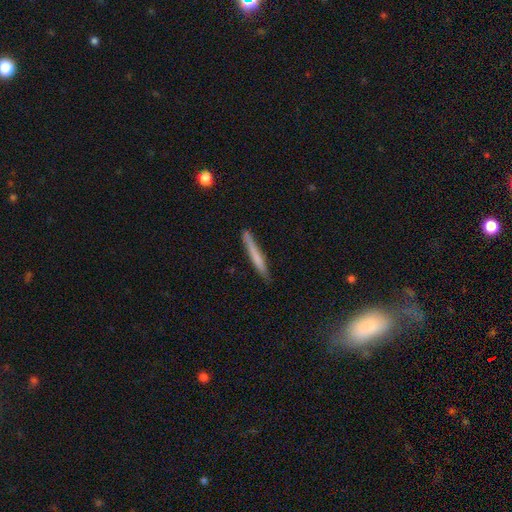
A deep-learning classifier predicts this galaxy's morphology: type=smooth (63%); roundness=cigar-shaped (96%); merging=none (85%).